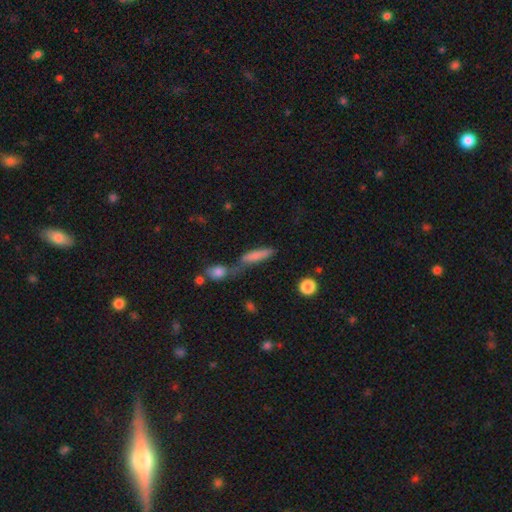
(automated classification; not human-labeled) Smooth or featured? smooth (76%)
How rounded? cigar-shaped (71%)
Merging? merger (43%)